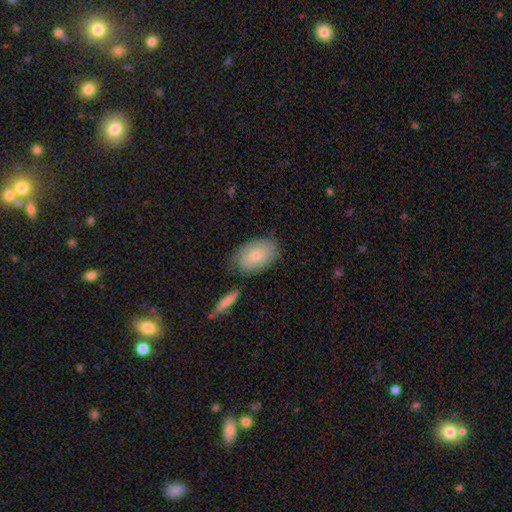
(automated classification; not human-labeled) smooth-or-featured: smooth: 74% | featured or disk: 20% | star or artifact: 6%
  how-rounded: in between: 91% | round: 8% | cigar-shaped: 2%
  merging: none: 72% | minor disturbance: 18% | merger: 5% | major disturbance: 4%